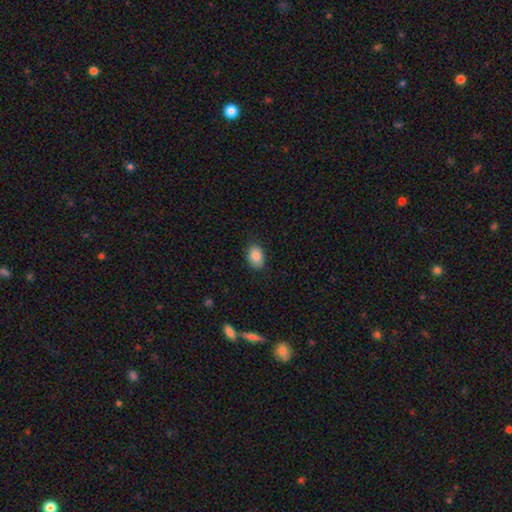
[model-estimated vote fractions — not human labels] The model was most divided on "how rounded": in between: 83%, round: 16%, cigar-shaped: 1%. More confident: smooth or featured — smooth (86%); merging — none (84%).